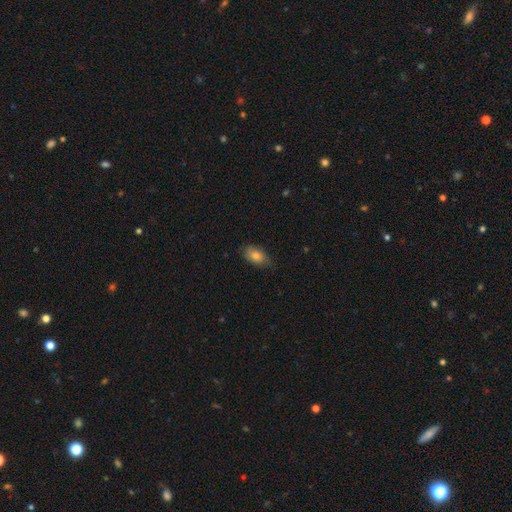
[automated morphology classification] Smooth or featured? Predicted: smooth (p=0.79). How rounded? Predicted: in between (p=0.90). Merging? Predicted: none (p=0.76).